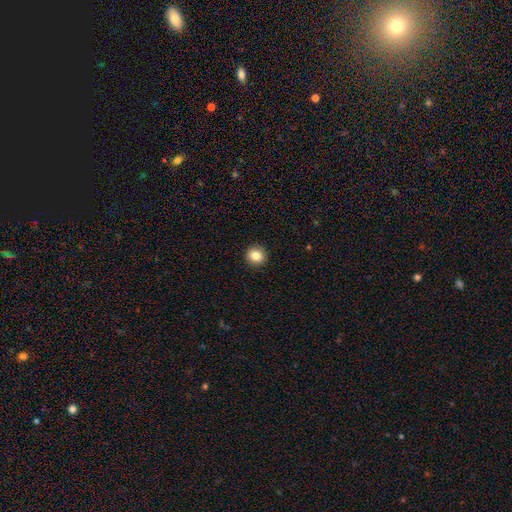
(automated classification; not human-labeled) Smooth or featured?
  - smooth: 84% *
  - star or artifact: 10%
  - featured or disk: 6%
How rounded?
  - round: 93% *
  - in between: 6%
  - cigar-shaped: 1%
Merging?
  - none: 93% *
  - minor disturbance: 5%
  - major disturbance: 2%
  - merger: 1%